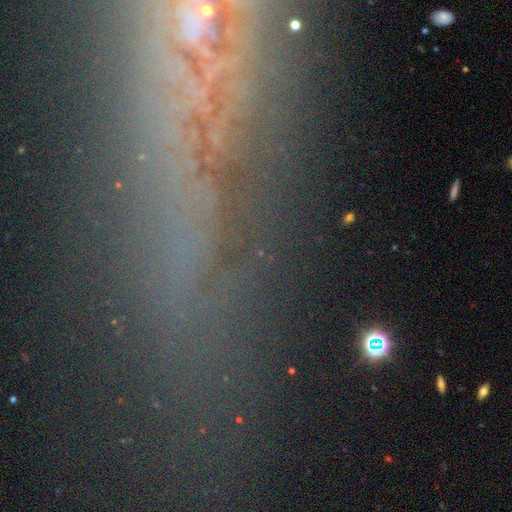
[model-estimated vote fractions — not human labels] The model was most divided on "smooth or featured": star or artifact: 42%, featured or disk: 36%, smooth: 22%.